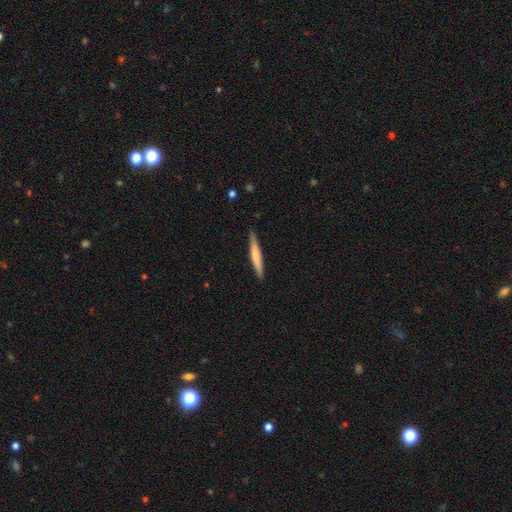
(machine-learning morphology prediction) This is likely a smooth galaxy (62%). How rounded: clearly cigar-shaped (95%). Merging: clearly none (90%).